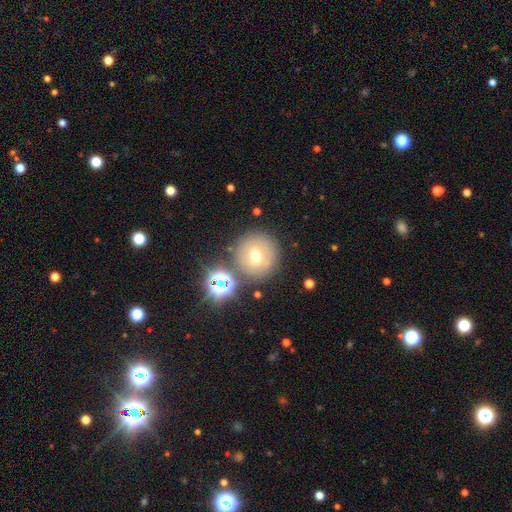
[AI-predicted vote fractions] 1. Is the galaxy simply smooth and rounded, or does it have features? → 56% smooth, 25% featured or disk, 19% star or artifact.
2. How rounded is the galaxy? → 95% round, 4% in between, 1% cigar-shaped.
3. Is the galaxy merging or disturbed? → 76% none, 10% merger, 9% minor disturbance, 4% major disturbance.